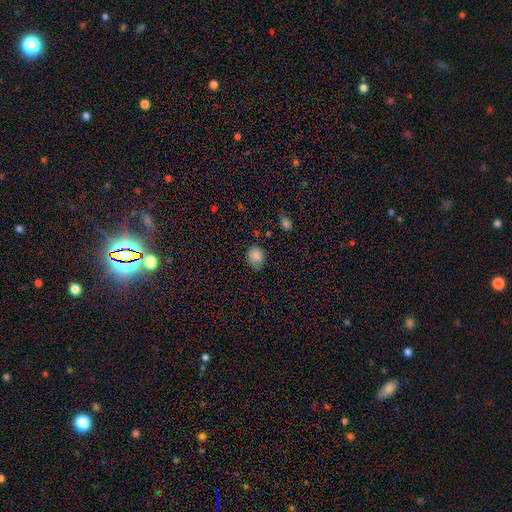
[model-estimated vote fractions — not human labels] Morphology: type=smooth (84%); roundness=round (62%); merging=none (71%).